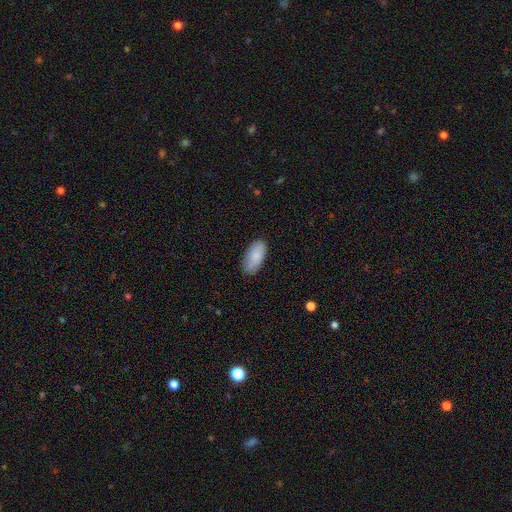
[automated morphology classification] The model was most divided on "merging": none: 82%, minor disturbance: 15%, major disturbance: 3%, merger: 1%. More confident: how rounded — in between (93%); smooth or featured — smooth (85%).